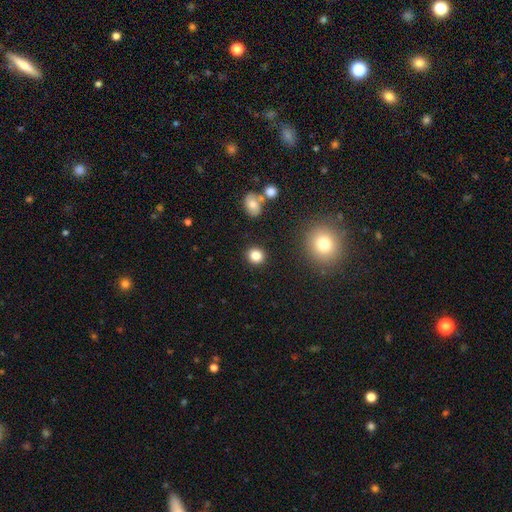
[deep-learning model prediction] Overall: smooth (85%). How rounded: round (84%). Merging: none (89%).